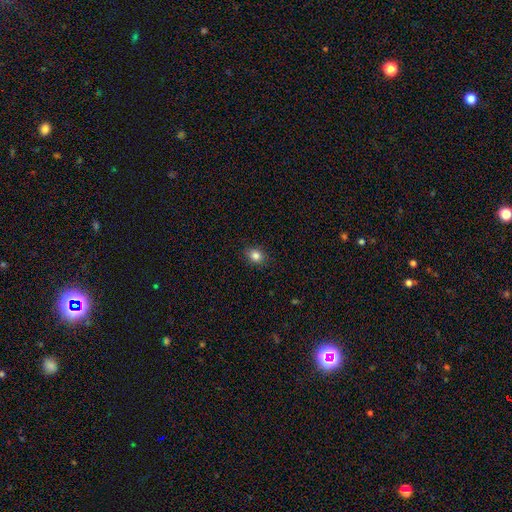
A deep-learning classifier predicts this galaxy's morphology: Smooth or featured: smooth — 84% (star or artifact — 11%)
How rounded: round — 58% (in between — 41%)
Merging: none — 87% (minor disturbance — 10%)